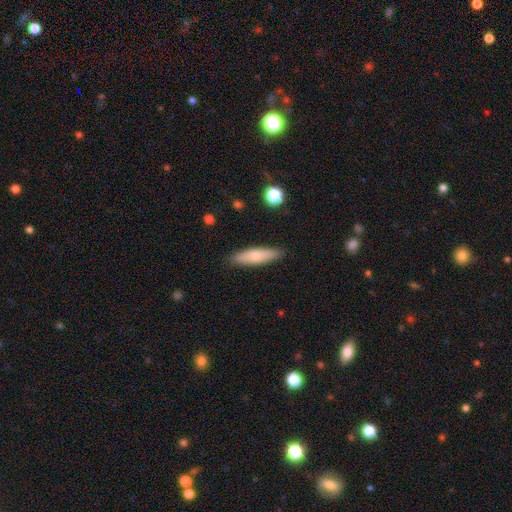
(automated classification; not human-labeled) Smooth or featured? smooth (71%)
How rounded? cigar-shaped (70%)
Merging? none (88%)